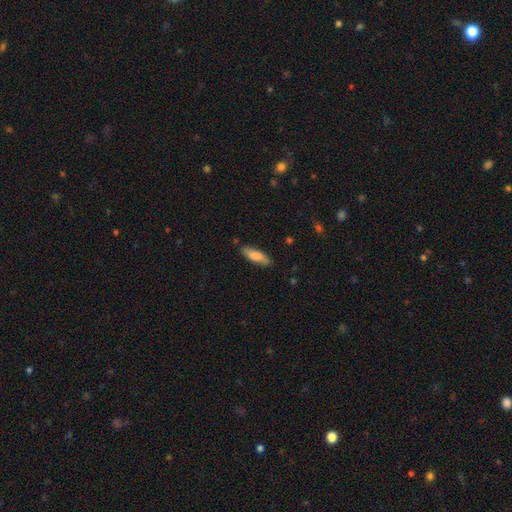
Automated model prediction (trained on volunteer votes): This is likely a smooth galaxy (77%). How rounded: possibly in between (51%). Merging: clearly none (81%).